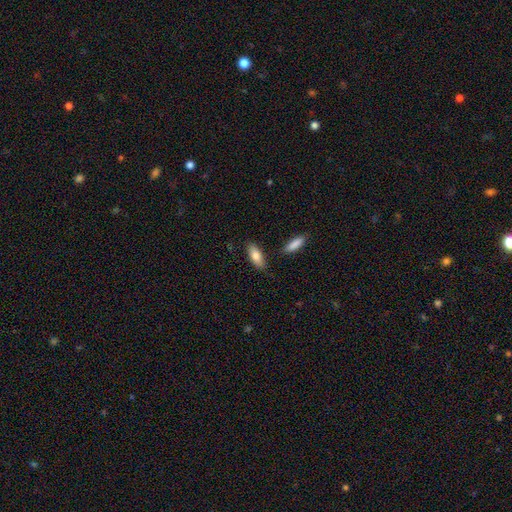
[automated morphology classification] type=smooth (81%); roundness=in between (77%); merging=none (82%).